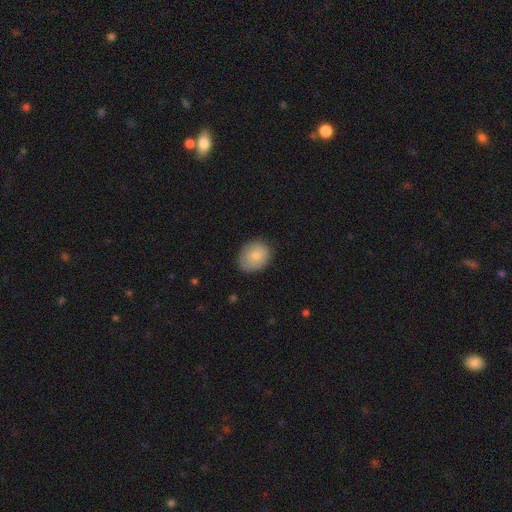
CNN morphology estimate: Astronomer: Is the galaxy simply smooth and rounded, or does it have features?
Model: smooth — 79%.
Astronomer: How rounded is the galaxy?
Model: round — 56% (runner-up: in between, 43%).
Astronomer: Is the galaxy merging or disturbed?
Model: none — 79%.